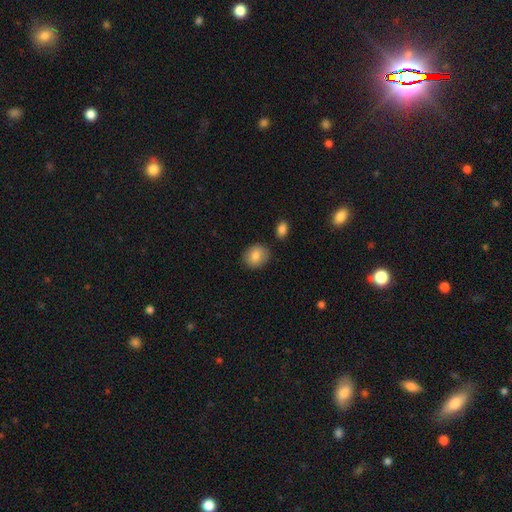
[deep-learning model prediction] Morphology: type=smooth (84%); roundness=round (62%); merging=none (83%).